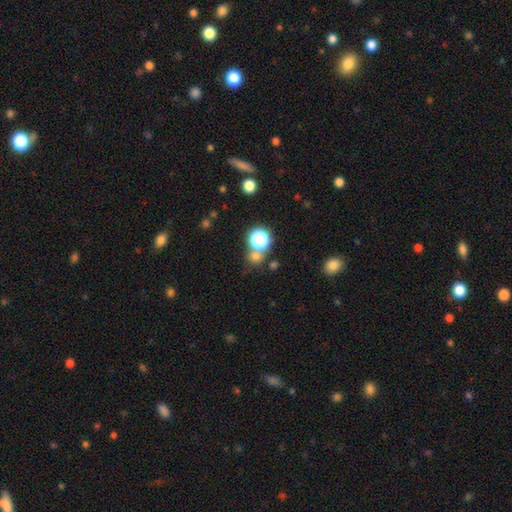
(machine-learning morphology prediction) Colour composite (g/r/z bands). It shows a smooth galaxy with no disk features (65%) that is round (84%). Merging: none (63%).